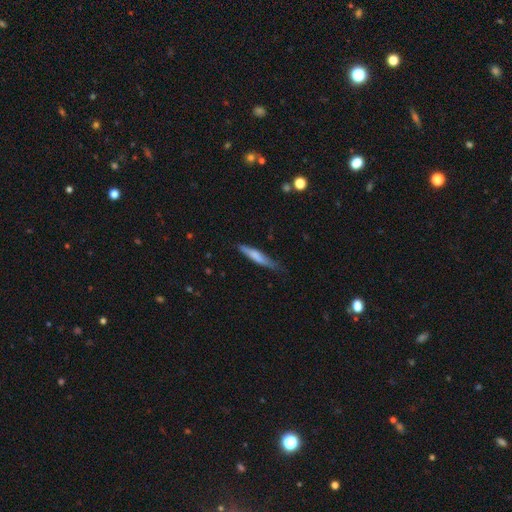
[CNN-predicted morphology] Smooth or featured: smooth — 66% (featured or disk — 28%)
How rounded: cigar-shaped — 91% (in between — 8%)
Merging: none — 73% (minor disturbance — 22%)